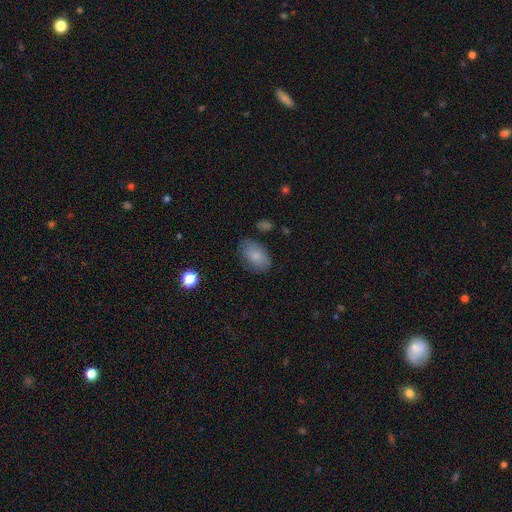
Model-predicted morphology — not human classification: Smooth or featured? Predicted: smooth (p=0.81). How rounded? Predicted: in between (p=0.90). Merging? Predicted: none (p=0.73).